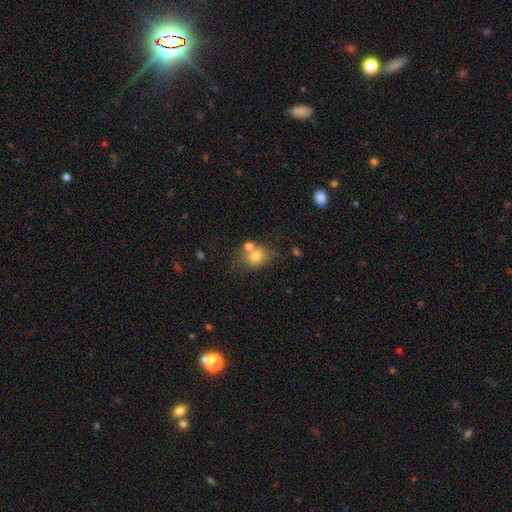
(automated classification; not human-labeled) Morphology: type=smooth (75%); roundness=round (57%); merging=none (52%).